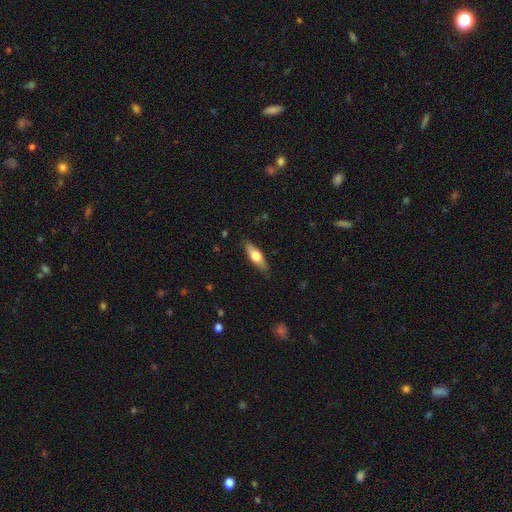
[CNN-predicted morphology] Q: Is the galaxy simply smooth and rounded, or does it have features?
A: smooth — 62%.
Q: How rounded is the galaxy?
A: in between — 57%.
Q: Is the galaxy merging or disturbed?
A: none — 85%.